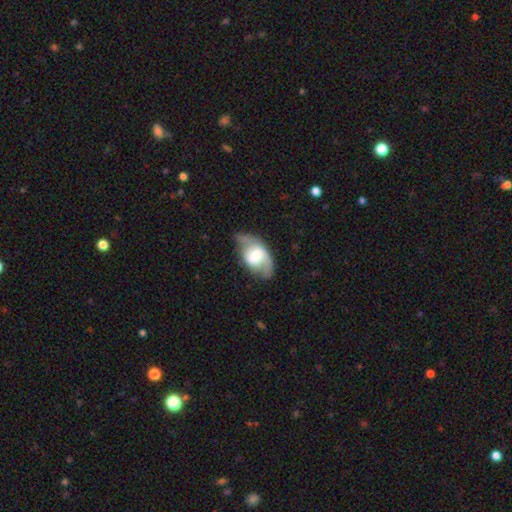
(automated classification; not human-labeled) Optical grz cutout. It shows a featured or disk galaxy (53%). Merging: none (49%).